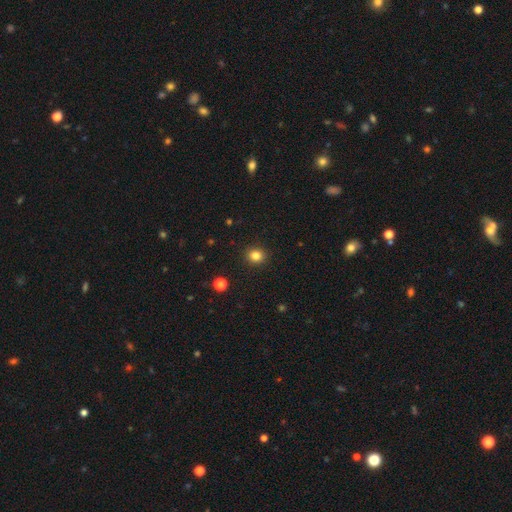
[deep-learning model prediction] This is clearly a smooth galaxy (83%). How rounded: clearly round (84%). Merging: clearly none (91%).